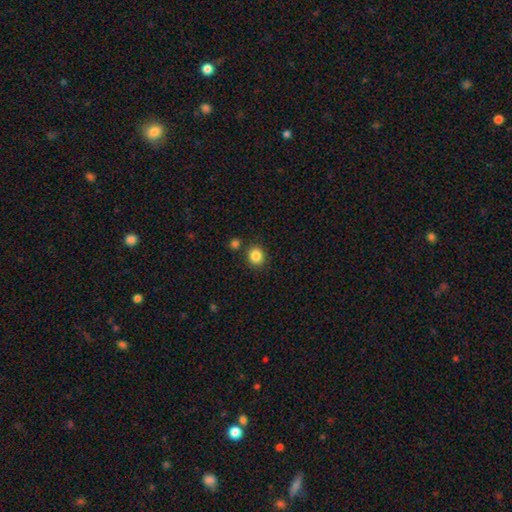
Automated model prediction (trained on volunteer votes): smooth_or_featured: smooth (p=0.86) [alt: star or artifact p=0.10]
how_rounded: round (p=0.81) [alt: in between p=0.18]
merging: none (p=0.84) [alt: minor disturbance p=0.08]